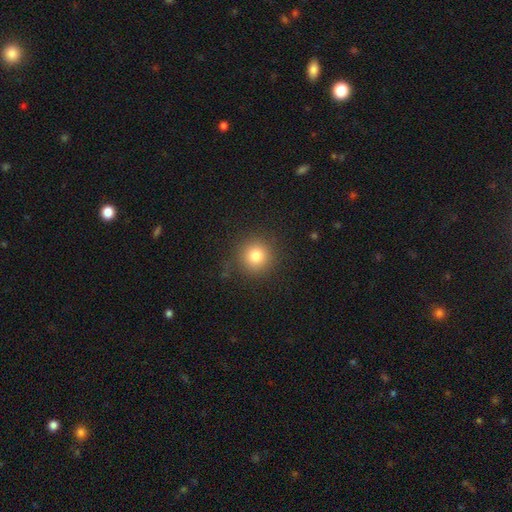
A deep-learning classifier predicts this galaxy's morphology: smooth_or_featured: smooth (p=0.82) [alt: star or artifact p=0.11]
how_rounded: round (p=0.93) [alt: in between p=0.06]
merging: none (p=0.88) [alt: minor disturbance p=0.08]